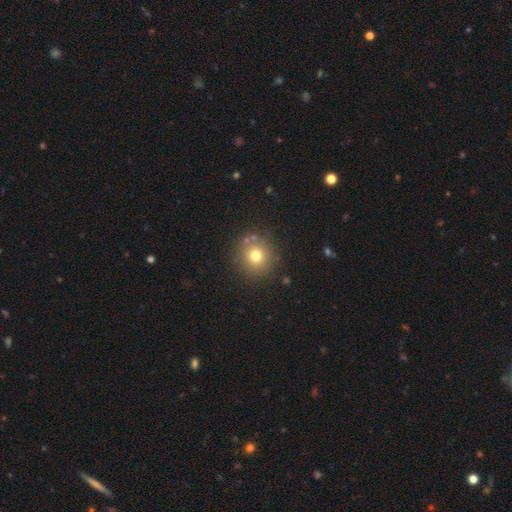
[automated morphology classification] Smooth or featured? Predicted: smooth (p=0.73). How rounded? Predicted: round (p=0.92). Merging? Predicted: none (p=0.84).